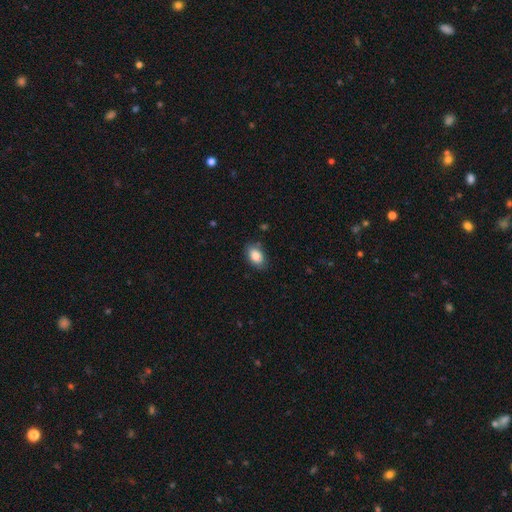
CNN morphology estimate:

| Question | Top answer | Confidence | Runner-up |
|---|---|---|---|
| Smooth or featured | smooth | 87% | star or artifact (7%) |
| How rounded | in between | 91% | round (8%) |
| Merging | none | 80% | minor disturbance (15%) |